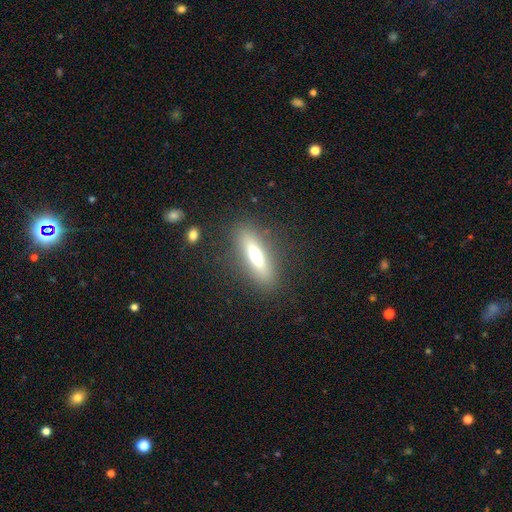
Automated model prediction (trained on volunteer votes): The model was most divided on "smooth or featured": smooth: 56%, featured or disk: 36%, star or artifact: 8%. More confident: merging — none (85%); how rounded — cigar-shaped (69%).